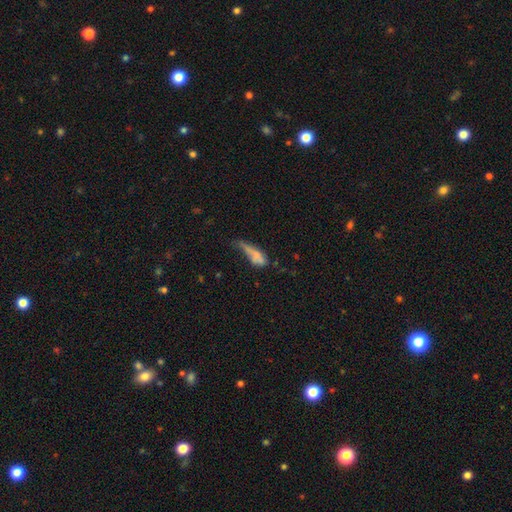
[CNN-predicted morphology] A smooth galaxy with no disk features (61%) that is in between round and cigar-shaped (54%). Merging: major disturbance (35%).